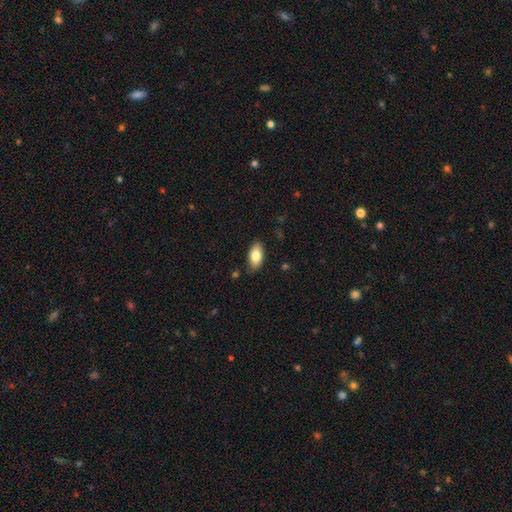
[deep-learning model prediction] A smooth galaxy with no disk features (80%) that is in between round and cigar-shaped (92%).

Vote fractions:
- Smooth or featured? smooth: 80% / featured or disk: 13% / star or artifact: 7%
- How rounded? in between: 92% / cigar-shaped: 5% / round: 3%
- Merging? none: 86% / minor disturbance: 11% / major disturbance: 2% / merger: 1%